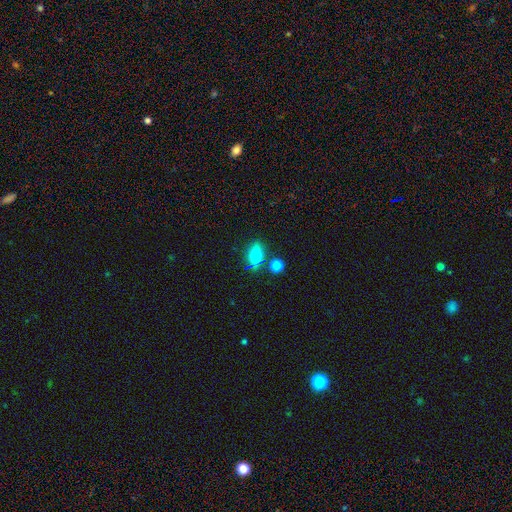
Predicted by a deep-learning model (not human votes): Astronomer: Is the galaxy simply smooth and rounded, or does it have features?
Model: smooth — 61%.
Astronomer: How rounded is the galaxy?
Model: in between — 69%.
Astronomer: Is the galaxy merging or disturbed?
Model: none — 64%.